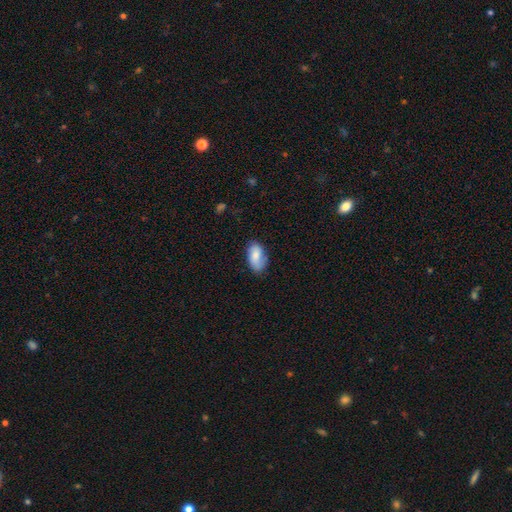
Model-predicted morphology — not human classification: A smooth galaxy with no disk features (76%) that is in between round and cigar-shaped (93%). Merging: none (67%).